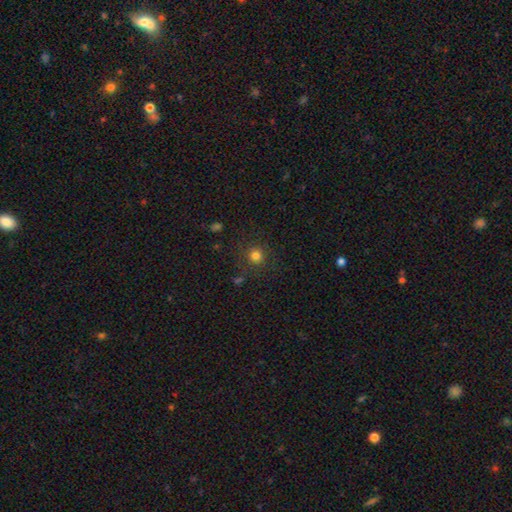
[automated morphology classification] type=smooth (79%); roundness=round (92%); merging=none (84%).